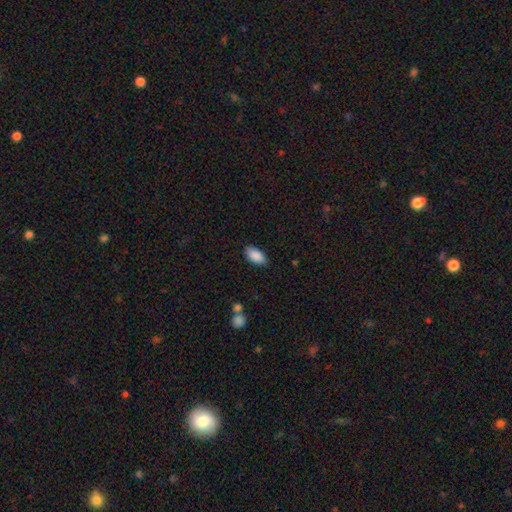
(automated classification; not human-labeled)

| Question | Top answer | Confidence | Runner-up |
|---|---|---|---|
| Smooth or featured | smooth | 89% | star or artifact (7%) |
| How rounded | in between | 92% | cigar-shaped (5%) |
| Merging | none | 86% | minor disturbance (10%) |